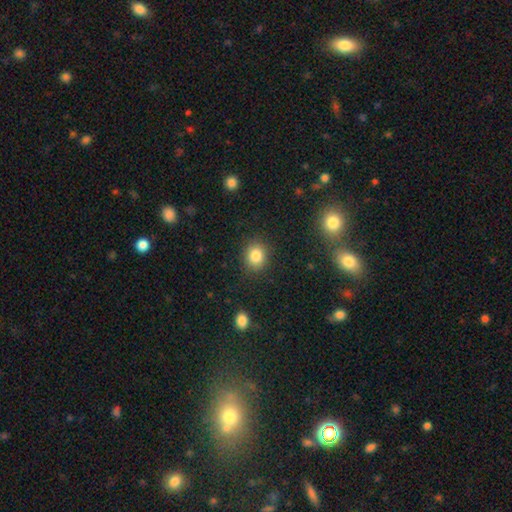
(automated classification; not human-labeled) A smooth galaxy with no disk features (85%) that is round (67%).

Vote fractions:
- Smooth or featured? smooth: 85% / star or artifact: 10% / featured or disk: 6%
- How rounded? round: 67% / in between: 32% / cigar-shaped: 1%
- Merging? none: 86% / minor disturbance: 10% / major disturbance: 3% / merger: 2%